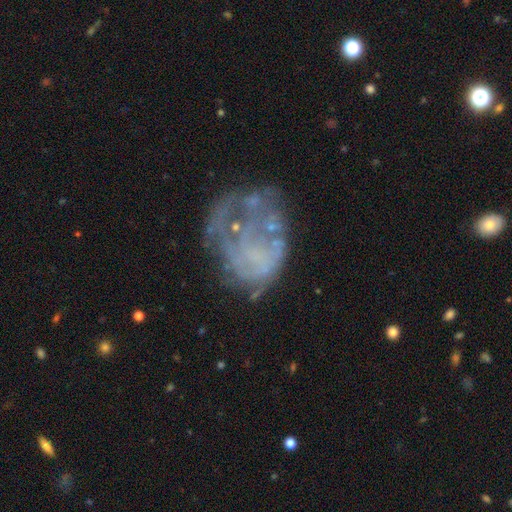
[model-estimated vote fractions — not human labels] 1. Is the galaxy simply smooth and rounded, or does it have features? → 64% featured or disk, 23% smooth, 13% star or artifact.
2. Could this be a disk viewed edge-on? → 98% no, 2% yes.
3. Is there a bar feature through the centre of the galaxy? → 90% no, 8% weak, 2% strong.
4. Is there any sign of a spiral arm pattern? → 77% no, 23% yes.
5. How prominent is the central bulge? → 80% none, 10% small, 6% moderate, 2% large, 1% dominant.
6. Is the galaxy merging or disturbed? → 41% major disturbance, 34% none, 19% minor disturbance, 7% merger.